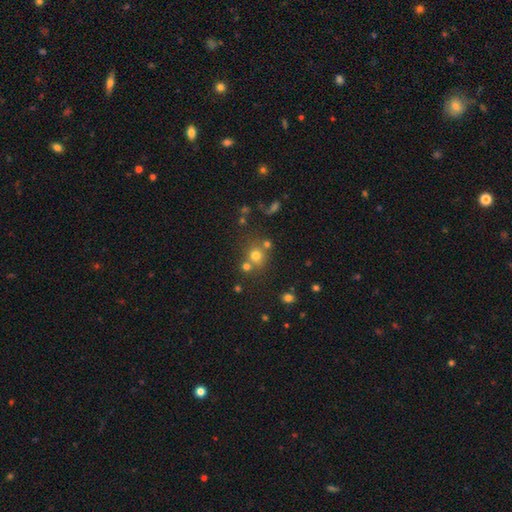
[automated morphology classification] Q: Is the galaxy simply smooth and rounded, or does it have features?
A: smooth — 69%.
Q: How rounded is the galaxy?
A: round — 87%.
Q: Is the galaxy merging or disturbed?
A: none — 62%.